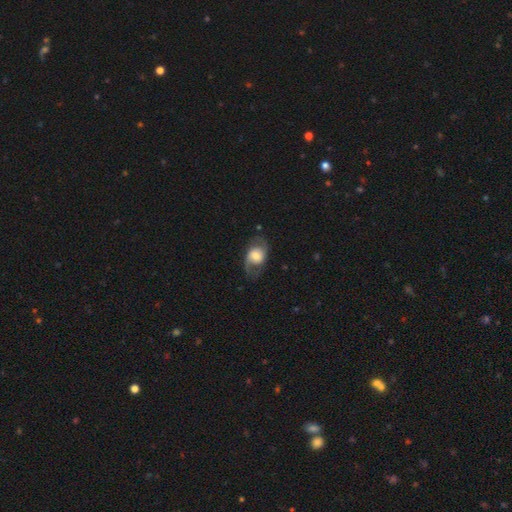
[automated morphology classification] smooth_or_featured: featured or disk (p=0.63) [alt: smooth p=0.30]
disk_edge_on: no (p=0.95) [alt: yes p=0.05]
bar: no (p=0.61) [alt: weak p=0.29]
has_spiral_arms: yes (p=0.82) [alt: no p=0.18]
bulge_size: moderate (p=0.52) [alt: large p=0.22]
merging: none (p=0.69) [alt: minor disturbance p=0.17]